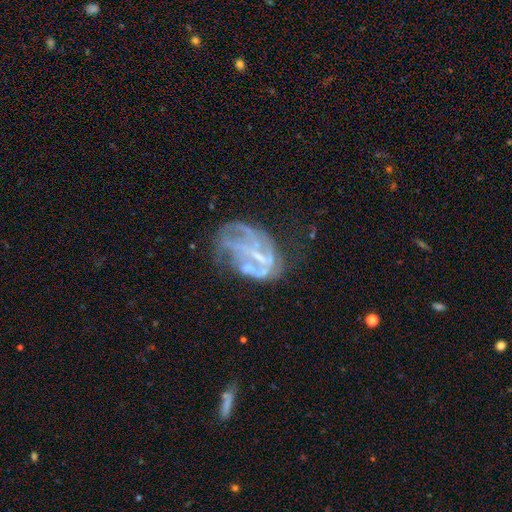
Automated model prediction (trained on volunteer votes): A featured or disk galaxy (74%) with no bar (51%), spiral arms (55%) and no central bulge (44%).

Vote fractions:
- Smooth or featured? featured or disk: 74% / smooth: 14% / star or artifact: 12%
- Edge-on disk? no: 98% / yes: 2%
- Bar? no: 51% / weak: 34% / strong: 15%
- Spiral arms? yes: 55% / no: 45%
- Bulge size? none: 44% / small: 39% / moderate: 14% / large: 2% / dominant: 1%
- Merging? major disturbance: 38% / none: 32% / minor disturbance: 20% / merger: 10%